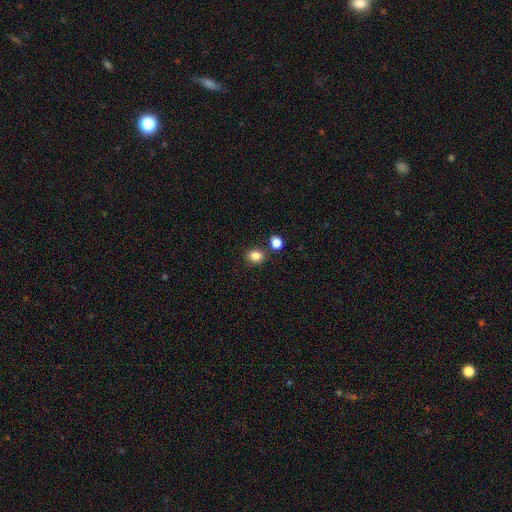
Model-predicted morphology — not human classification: The model was most divided on "how rounded": round: 67%, in between: 32%, cigar-shaped: 1%. More confident: smooth or featured — smooth (84%); merging — none (81%).